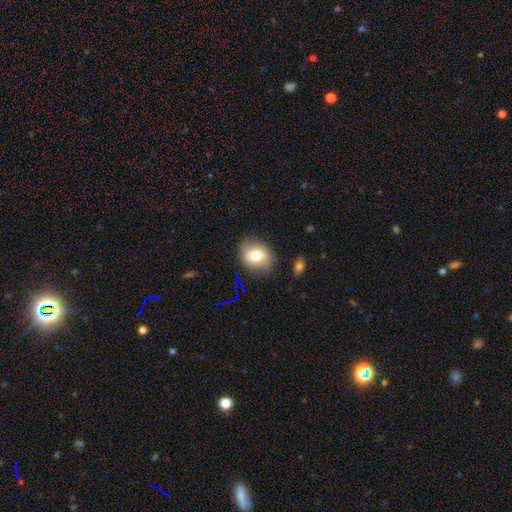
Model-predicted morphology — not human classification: Smooth or featured?
  - smooth: 74% *
  - featured or disk: 15%
  - star or artifact: 10%
How rounded?
  - round: 54% *
  - in between: 45%
  - cigar-shaped: 1%
Merging?
  - none: 82% *
  - minor disturbance: 13%
  - major disturbance: 3%
  - merger: 2%